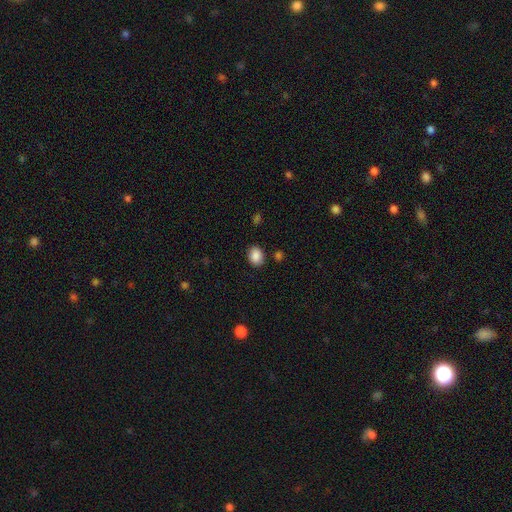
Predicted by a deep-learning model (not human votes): Morphology: type=smooth (88%); roundness=in between (63%); merging=none (85%).